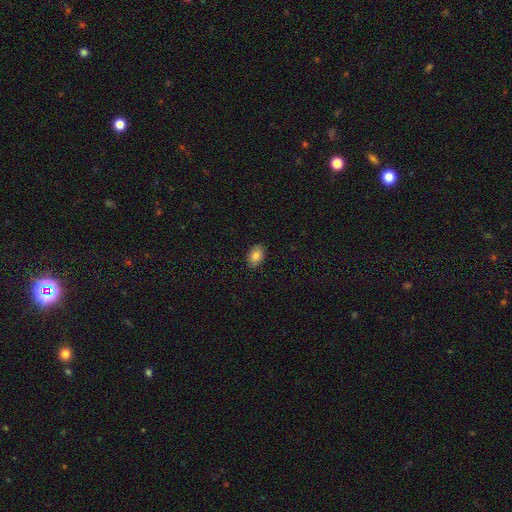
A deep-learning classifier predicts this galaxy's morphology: Q: Smooth or featured?
A: smooth (83%); runner-up: star or artifact (9%)
Q: How rounded?
A: in between (81%); runner-up: round (18%)
Q: Merging?
A: none (87%); runner-up: minor disturbance (10%)